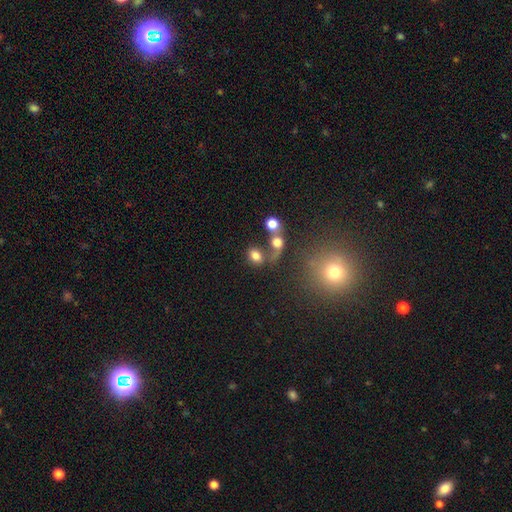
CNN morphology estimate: A smooth galaxy with no disk features (76%) that is in between round and cigar-shaped (67%).

Vote fractions:
- Smooth or featured? smooth: 76% / star or artifact: 14% / featured or disk: 11%
- How rounded? in between: 67% / round: 30% / cigar-shaped: 2%
- Merging? none: 41% / merger: 37% / minor disturbance: 11% / major disturbance: 11%